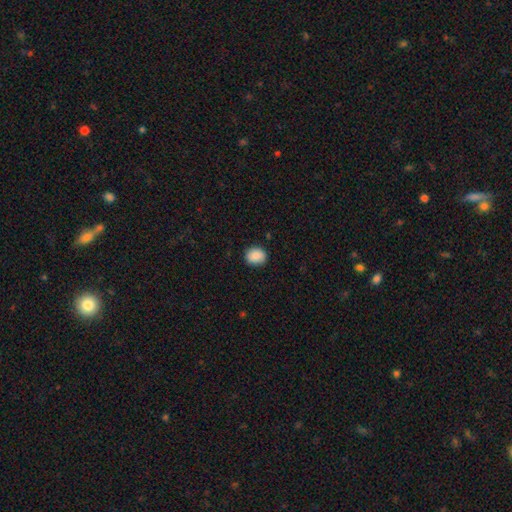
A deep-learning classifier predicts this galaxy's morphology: This is clearly a smooth galaxy (88%). How rounded: likely round (68%). Merging: clearly none (87%).